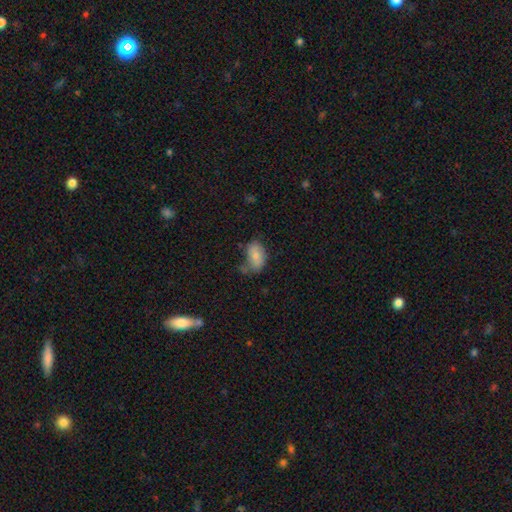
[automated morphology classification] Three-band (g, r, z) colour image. It shows a smooth galaxy with no disk features (77%) that is in between round and cigar-shaped (90%). Merging: none (49%).